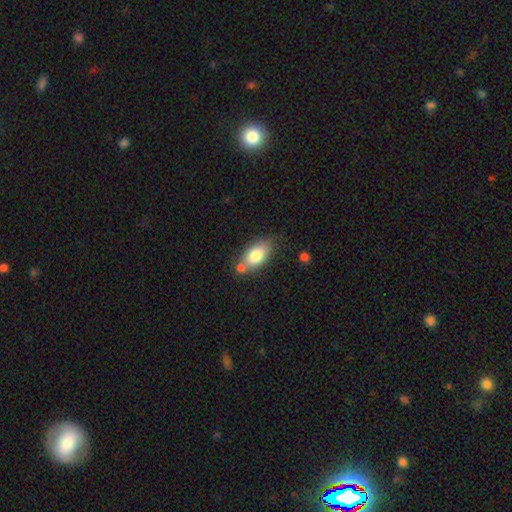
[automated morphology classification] Smooth or featured? smooth (78%)
How rounded? in between (88%)
Merging? none (55%)